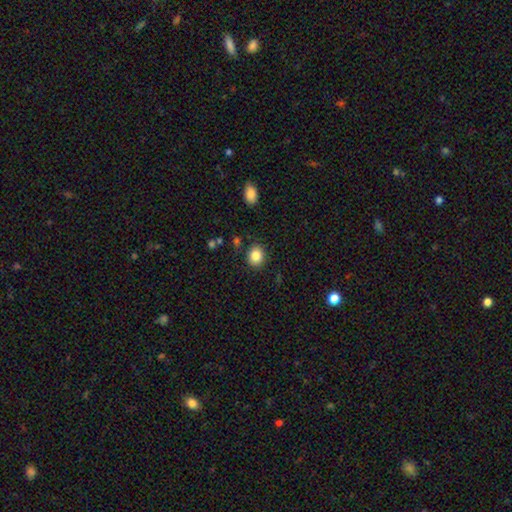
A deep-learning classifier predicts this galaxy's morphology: This appears to be a smooth galaxy with no disk features (84%) that is round (65%). Merging: none (87%).